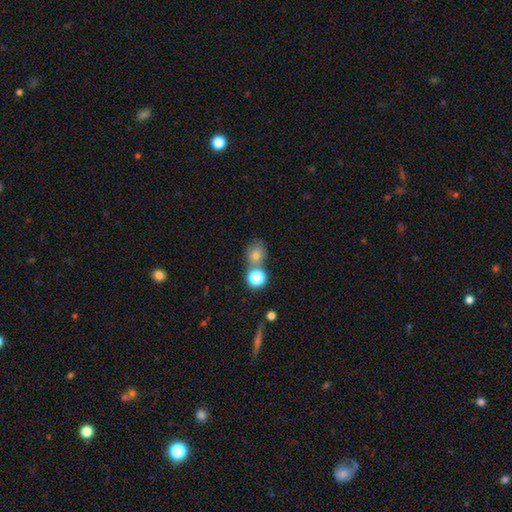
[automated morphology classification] The model was most divided on "merging": none: 56%, merger: 28%, minor disturbance: 12%, major disturbance: 5%. More confident: smooth or featured — smooth (72%); how rounded — round (70%).